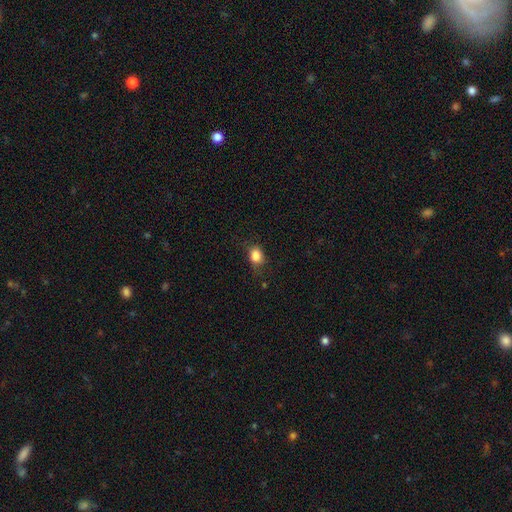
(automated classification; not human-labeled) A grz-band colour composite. It shows a smooth galaxy with no disk features (85%) that is in between round and cigar-shaped (50%). Merging: none (71%).